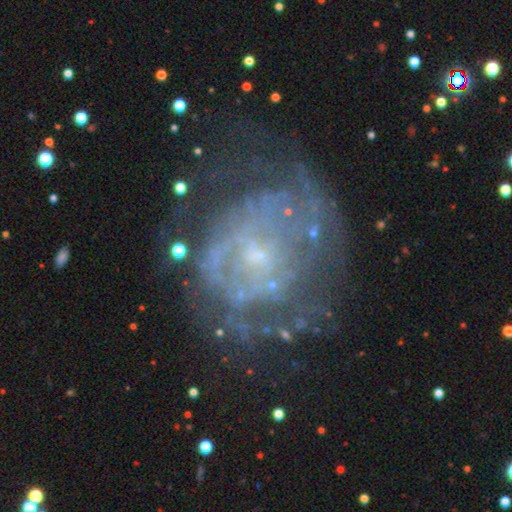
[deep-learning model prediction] A featured or disk galaxy (73%) with no bar (69%), spiral arms (60%) and a small central bulge (65%). Merging: none (53%).